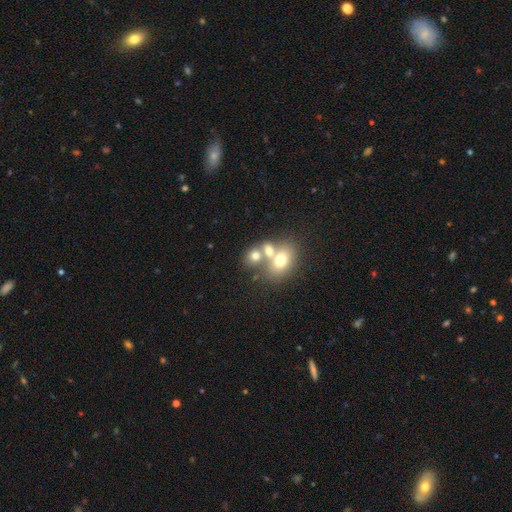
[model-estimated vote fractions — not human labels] smooth 66%, featured or disk 21%, star or artifact 13%. Down the decision tree: how rounded — in between (50%); merging — merger (56%).